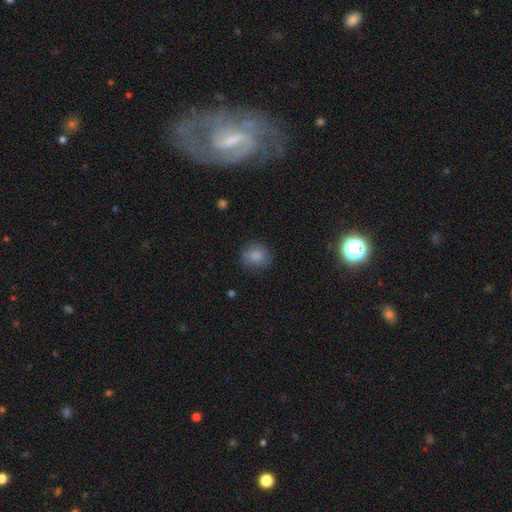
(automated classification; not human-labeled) Overall: smooth (85%). How rounded: round (75%). Merging: none (81%).